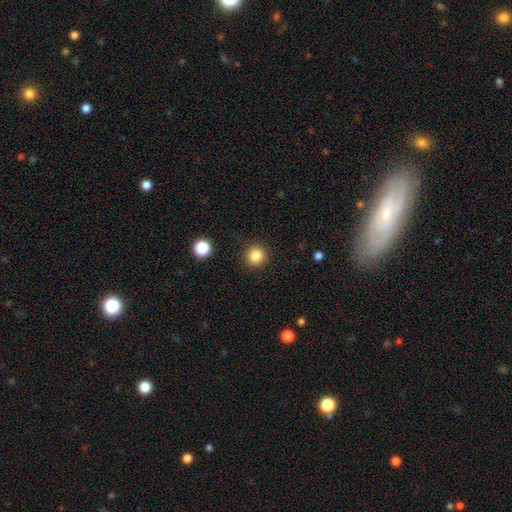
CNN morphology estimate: smooth_or_featured: smooth (p=0.86) [alt: star or artifact p=0.11]
how_rounded: round (p=0.94) [alt: in between p=0.05]
merging: none (p=0.90) [alt: minor disturbance p=0.06]